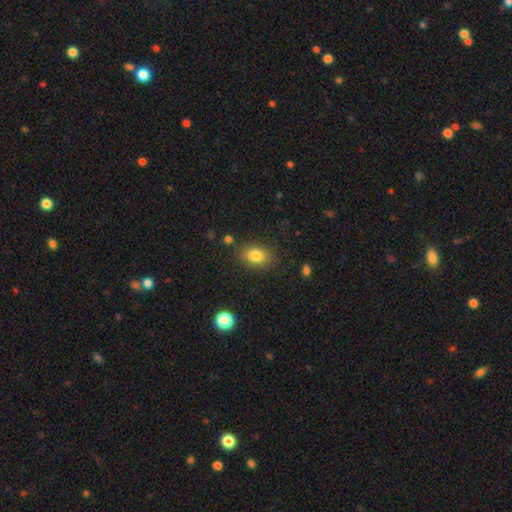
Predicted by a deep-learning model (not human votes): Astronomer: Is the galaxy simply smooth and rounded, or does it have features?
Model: smooth — 83%.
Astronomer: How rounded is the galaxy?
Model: in between — 74%.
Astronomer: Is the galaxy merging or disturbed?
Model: none — 82%.